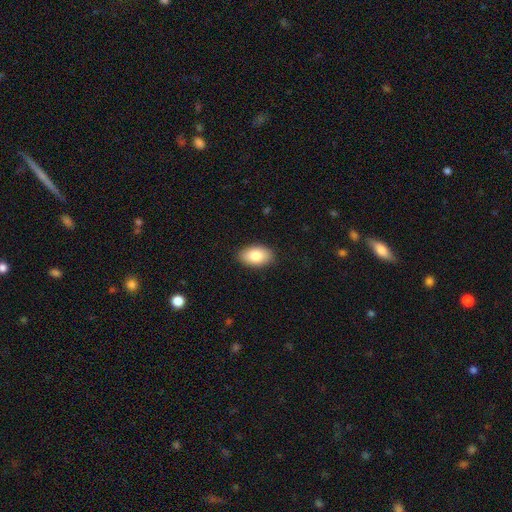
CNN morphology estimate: Overall: smooth (84%). How rounded: in between (93%). Merging: none (88%).